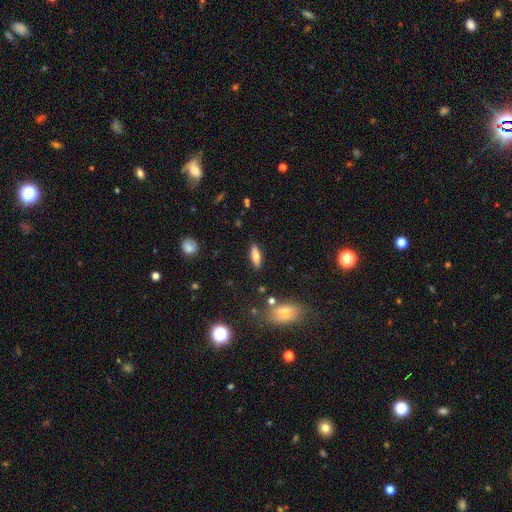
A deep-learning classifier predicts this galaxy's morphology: Smooth or featured? Predicted: smooth (p=0.65). How rounded? Predicted: in between (p=0.51). Merging? Predicted: none (p=0.86).